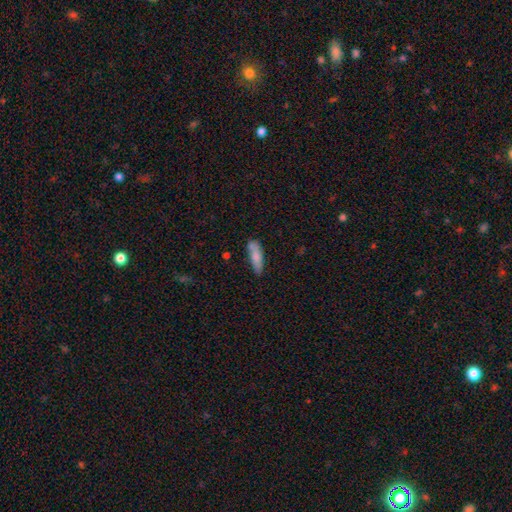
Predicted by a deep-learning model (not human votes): Smooth or featured? Predicted: smooth (p=0.78). How rounded? Predicted: cigar-shaped (p=0.53). Merging? Predicted: none (p=0.64).